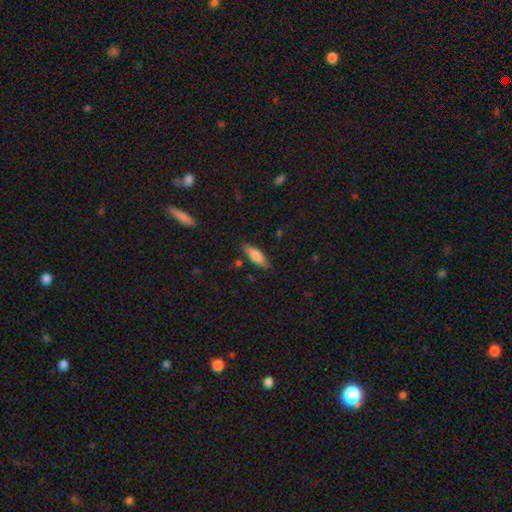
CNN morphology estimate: A smooth galaxy with no disk features (78%) that is in between round and cigar-shaped (53%). Merging: none (83%).